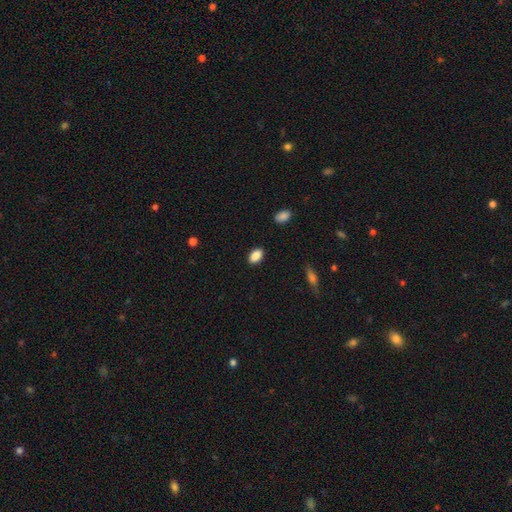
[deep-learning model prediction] Overall: smooth (88%). How rounded: in between (89%). Merging: none (88%).